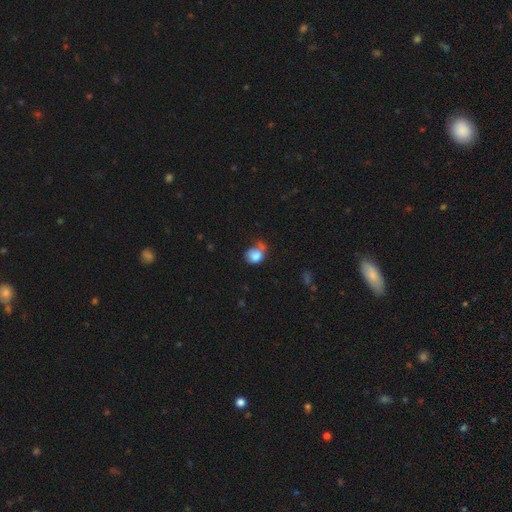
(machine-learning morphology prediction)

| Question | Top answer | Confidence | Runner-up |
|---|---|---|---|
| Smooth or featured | smooth | 77% | featured or disk (14%) |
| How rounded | round | 55% | in between (43%) |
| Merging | none | 32% | minor disturbance (27%) |